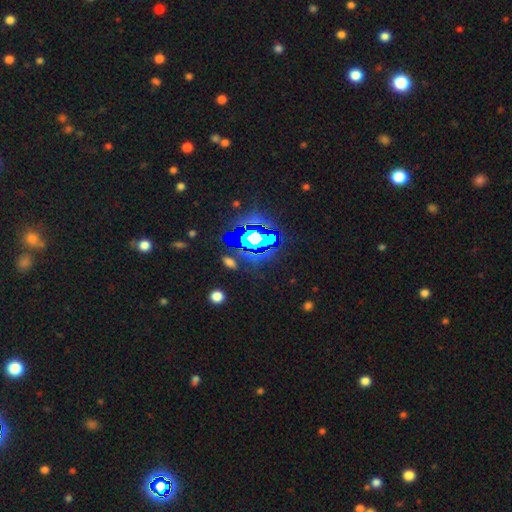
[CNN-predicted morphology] This appears to be a star or artifact, not a galaxy (78%).